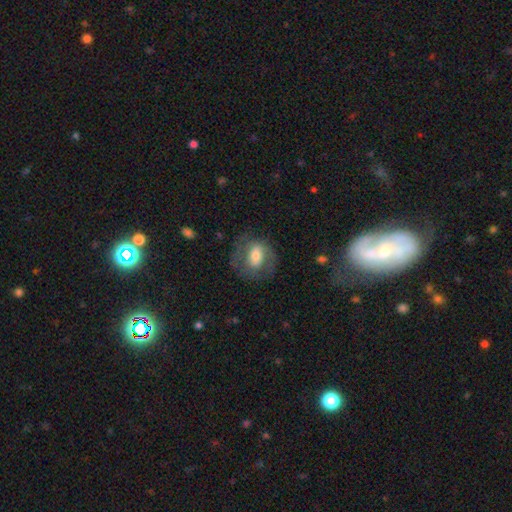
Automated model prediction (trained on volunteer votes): Smooth or featured?
  - smooth: 49% *
  - featured or disk: 43%
  - star or artifact: 8%
Merging?
  - none: 65% *
  - minor disturbance: 18%
  - major disturbance: 15%
  - merger: 2%